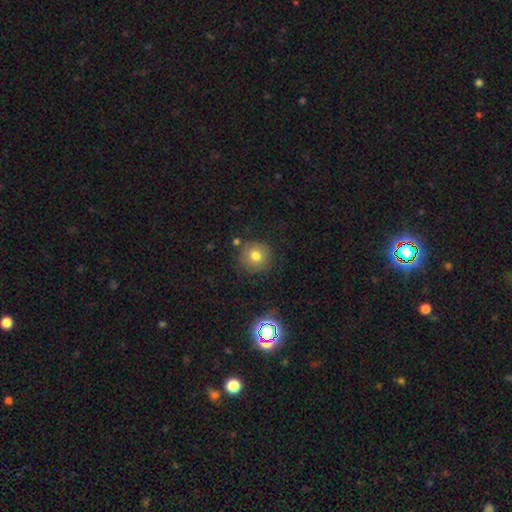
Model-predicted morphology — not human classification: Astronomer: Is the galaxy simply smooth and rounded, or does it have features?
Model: smooth — 74%.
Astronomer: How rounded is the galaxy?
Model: round — 92%.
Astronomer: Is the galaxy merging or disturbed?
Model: none — 80%.